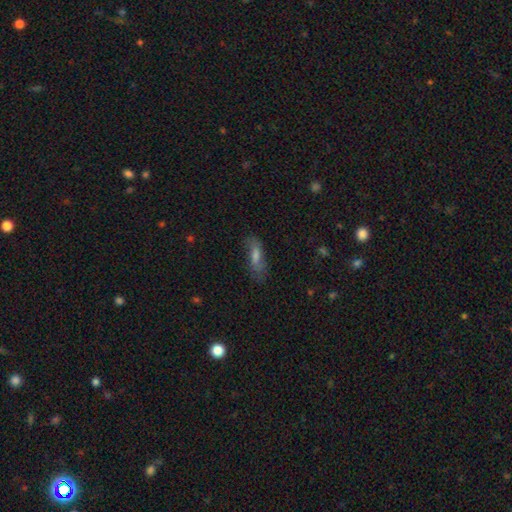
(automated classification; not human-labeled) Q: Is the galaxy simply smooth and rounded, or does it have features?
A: smooth — 54%.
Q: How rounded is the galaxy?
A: in between — 50%.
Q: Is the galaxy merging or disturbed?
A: none — 69%.